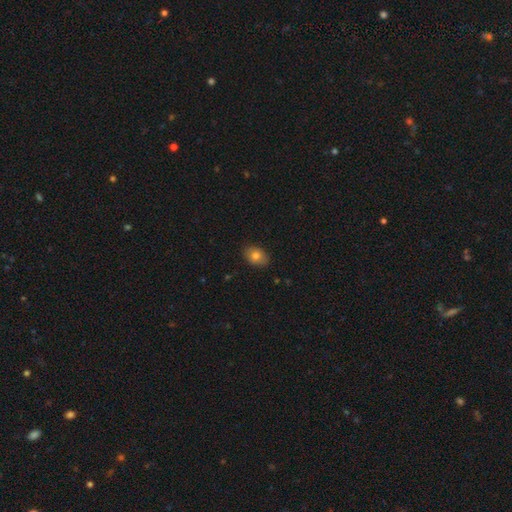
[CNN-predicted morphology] Smooth or featured?
  - smooth: 79% *
  - featured or disk: 12%
  - star or artifact: 9%
How rounded?
  - in between: 76% *
  - round: 23%
  - cigar-shaped: 1%
Merging?
  - none: 86% *
  - minor disturbance: 11%
  - major disturbance: 2%
  - merger: 1%